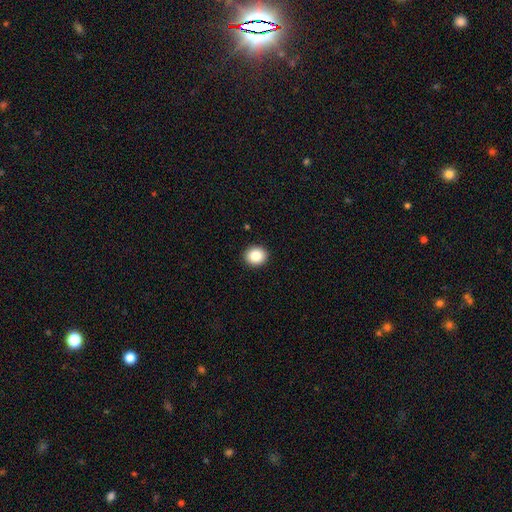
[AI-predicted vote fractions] Q: Smooth or featured?
A: smooth (86%); runner-up: star or artifact (9%)
Q: How rounded?
A: round (77%); runner-up: in between (22%)
Q: Merging?
A: none (92%); runner-up: minor disturbance (5%)